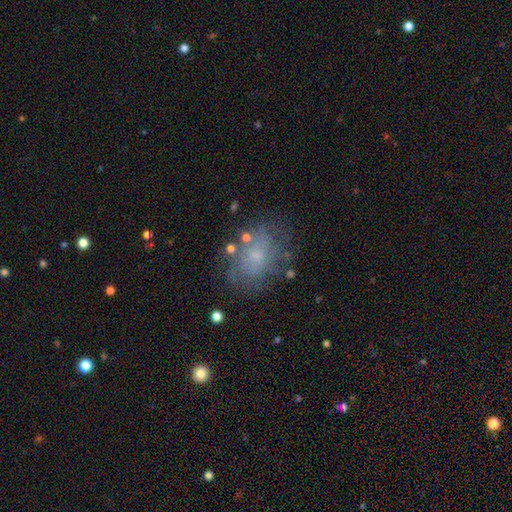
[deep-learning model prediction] smooth_or_featured: smooth (p=0.45) [alt: featured or disk p=0.42]
merging: none (p=0.63) [alt: minor disturbance p=0.21]